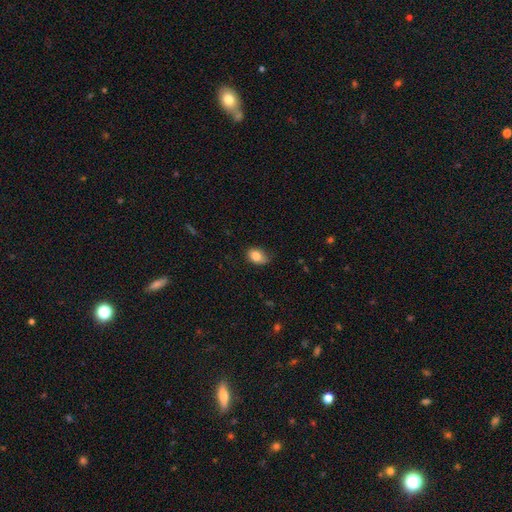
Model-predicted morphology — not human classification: type=smooth (83%); roundness=in between (76%); merging=none (64%).